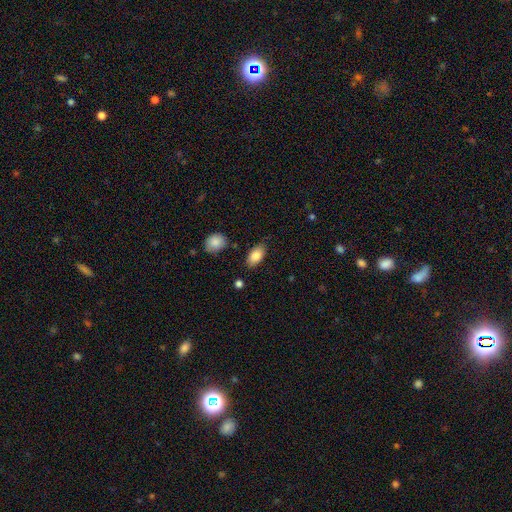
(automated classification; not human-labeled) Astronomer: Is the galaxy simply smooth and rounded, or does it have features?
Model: smooth — 85%.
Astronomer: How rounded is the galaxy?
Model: in between — 92%.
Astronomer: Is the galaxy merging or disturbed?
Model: none — 80%.